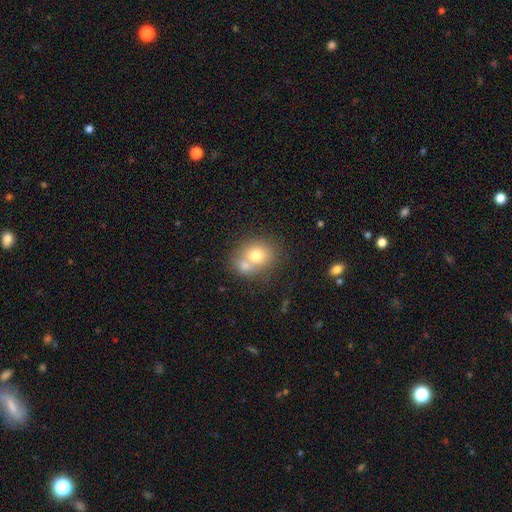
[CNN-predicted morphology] This appears to be a smooth galaxy with no disk features (72%) that is round (64%). Merging: merger (48%).